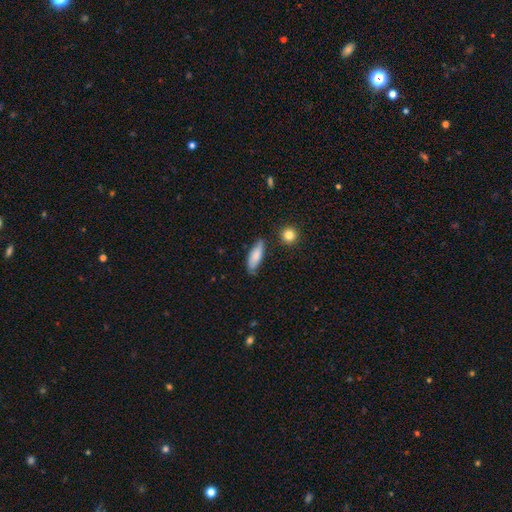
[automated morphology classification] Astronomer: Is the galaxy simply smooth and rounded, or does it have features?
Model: smooth — 79%.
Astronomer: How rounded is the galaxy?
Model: in between — 63%.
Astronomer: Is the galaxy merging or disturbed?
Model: none — 74%.